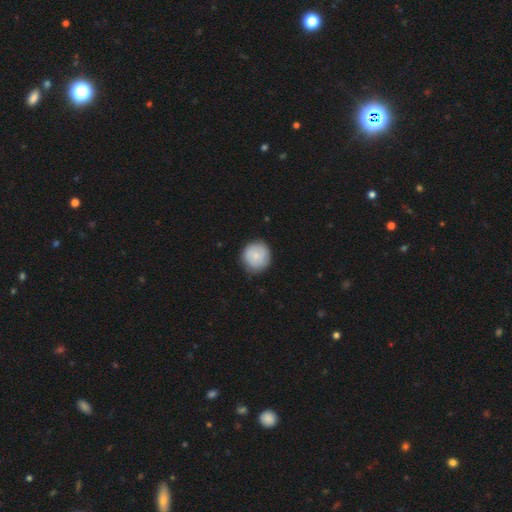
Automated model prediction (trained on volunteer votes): Q: Smooth or featured?
A: smooth (72%); runner-up: featured or disk (22%)
Q: How rounded?
A: round (93%); runner-up: in between (6%)
Q: Merging?
A: none (84%); runner-up: minor disturbance (13%)